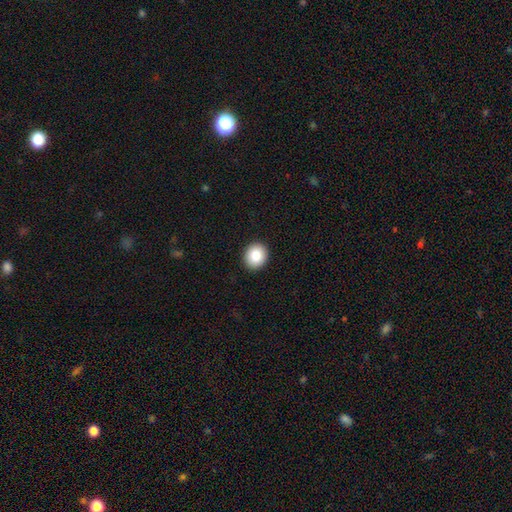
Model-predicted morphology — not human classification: Overall: smooth (85%). How rounded: round (75%). Merging: none (92%).